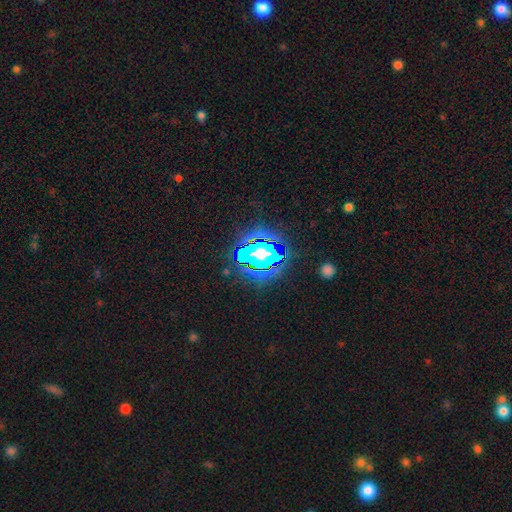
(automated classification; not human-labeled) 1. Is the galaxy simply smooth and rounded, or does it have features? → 63% star or artifact, 20% smooth, 17% featured or disk.